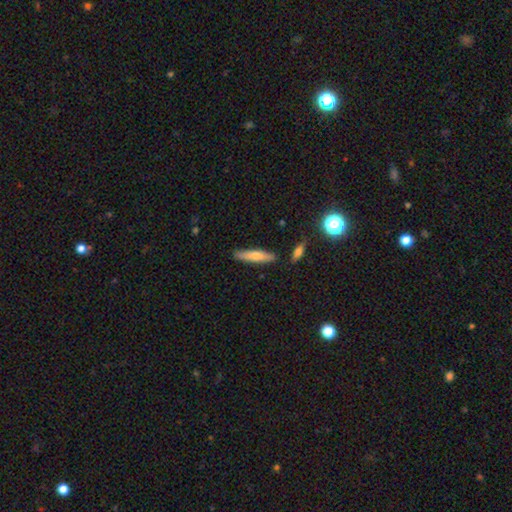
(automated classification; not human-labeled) Morphology: type=smooth (64%); roundness=cigar-shaped (84%); merging=none (84%).